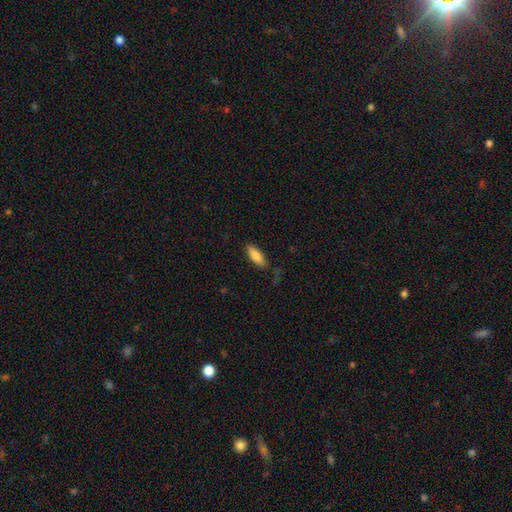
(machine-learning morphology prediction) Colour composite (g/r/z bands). It shows a smooth galaxy with no disk features (85%) that is in between round and cigar-shaped (69%). Merging: none (78%).